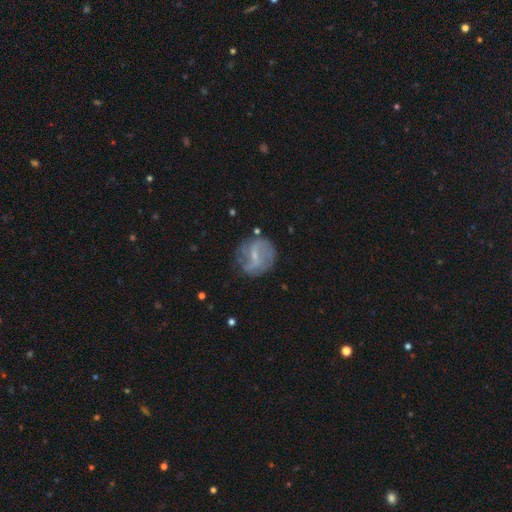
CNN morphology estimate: Smooth or featured: featured or disk — 74% (smooth — 18%)
Edge-on disk: no — 97% (yes — 3%)
Bar: weak — 53% (strong — 24%)
Spiral arms: yes — 86% (no — 14%)
Spiral winding: loose — 46% (medium — 38%)
Spiral arm count: 2 — 70% (can't tell — 16%)
Bulge size: small — 69% (moderate — 19%)
Merging: none — 71% (minor disturbance — 18%)